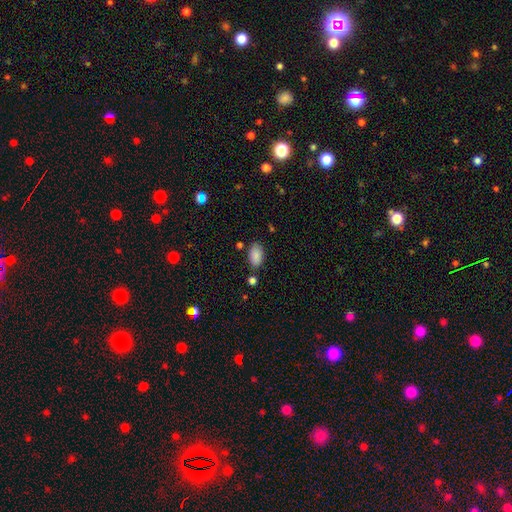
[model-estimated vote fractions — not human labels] Smooth or featured: smooth — 88% (star or artifact — 8%)
How rounded: in between — 94% (round — 4%)
Merging: none — 78% (minor disturbance — 13%)